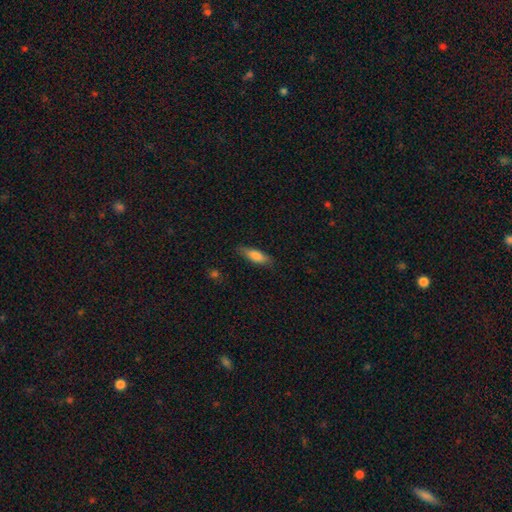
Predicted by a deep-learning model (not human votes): This is likely a smooth galaxy (78%). How rounded: possibly in between (53%). Merging: clearly none (82%).